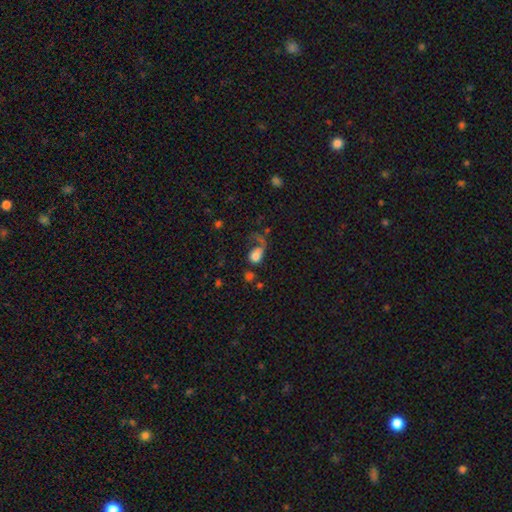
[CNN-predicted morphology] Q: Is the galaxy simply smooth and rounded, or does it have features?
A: smooth — 63%.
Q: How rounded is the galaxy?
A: in between — 60%.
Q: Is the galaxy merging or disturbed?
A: major disturbance — 49%.